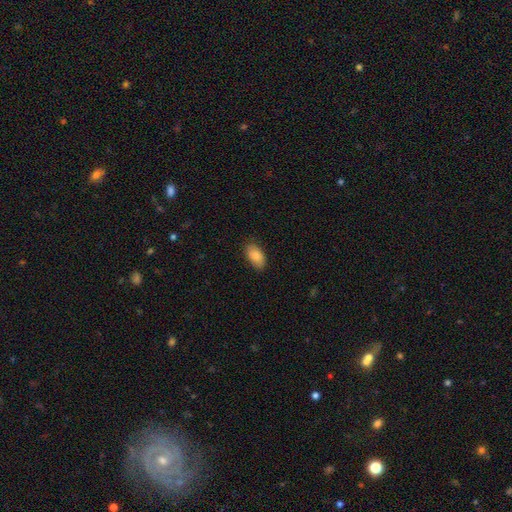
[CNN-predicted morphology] Smooth or featured: smooth — 84% (featured or disk — 9%)
How rounded: in between — 93% (round — 4%)
Merging: none — 83% (minor disturbance — 14%)